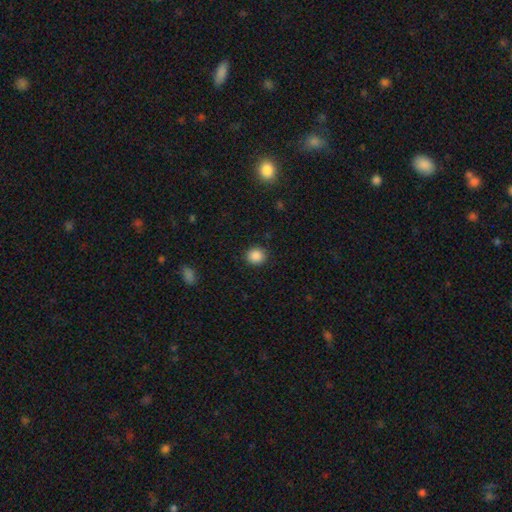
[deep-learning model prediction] Smooth or featured? Predicted: smooth (p=0.87). How rounded? Predicted: round (p=0.86). Merging? Predicted: none (p=0.90).